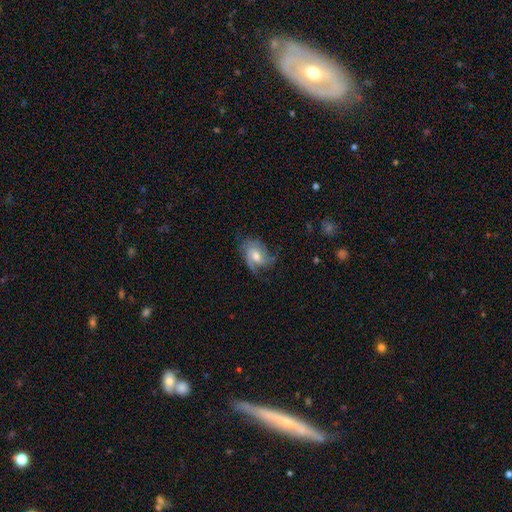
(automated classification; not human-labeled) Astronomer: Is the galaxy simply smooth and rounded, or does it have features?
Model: featured or disk — 72%.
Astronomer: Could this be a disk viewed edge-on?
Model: no — 96%.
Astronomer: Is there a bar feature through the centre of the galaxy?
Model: no — 54% (runner-up: weak, 38%).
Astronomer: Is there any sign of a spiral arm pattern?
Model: yes — 92%.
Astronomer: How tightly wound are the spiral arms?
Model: medium — 44% (runner-up: tight, 34%).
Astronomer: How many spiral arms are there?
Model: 3 — 30% (runner-up: 2, 28%).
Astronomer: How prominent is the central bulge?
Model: moderate — 68%.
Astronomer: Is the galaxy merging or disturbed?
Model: none — 62%.